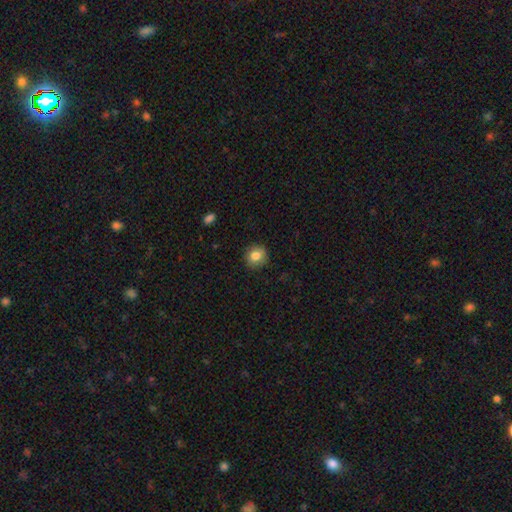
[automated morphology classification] Q: Smooth or featured?
A: smooth (83%); runner-up: star or artifact (9%)
Q: How rounded?
A: round (87%); runner-up: in between (12%)
Q: Merging?
A: none (89%); runner-up: minor disturbance (8%)